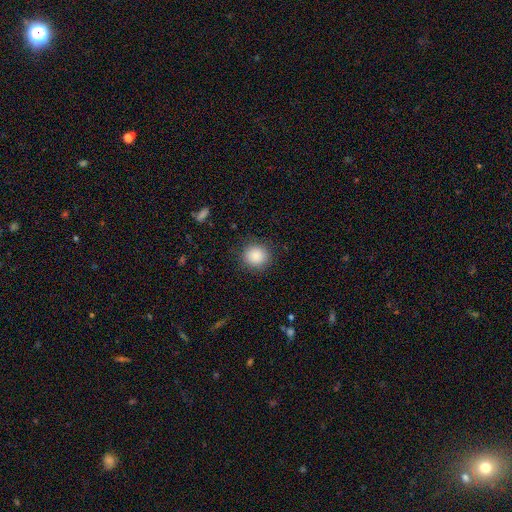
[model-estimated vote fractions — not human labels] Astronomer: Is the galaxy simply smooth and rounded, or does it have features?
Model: smooth — 87%.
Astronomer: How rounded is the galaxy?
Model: round — 91%.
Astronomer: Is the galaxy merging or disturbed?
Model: none — 89%.